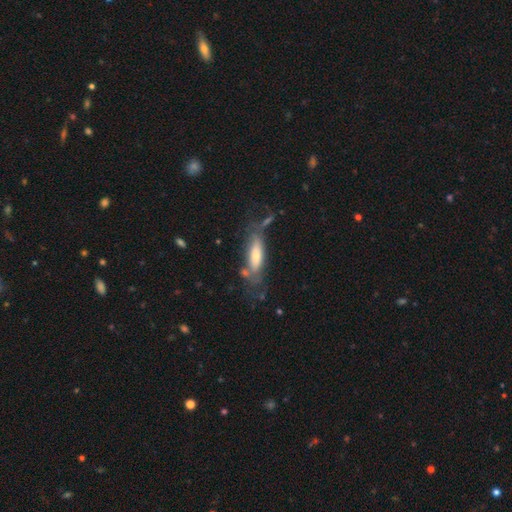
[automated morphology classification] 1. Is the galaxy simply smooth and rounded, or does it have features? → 50% featured or disk, 41% smooth, 8% star or artifact.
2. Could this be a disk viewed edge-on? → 53% no, 47% yes.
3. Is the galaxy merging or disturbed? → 50% none, 25% minor disturbance, 17% major disturbance, 8% merger.